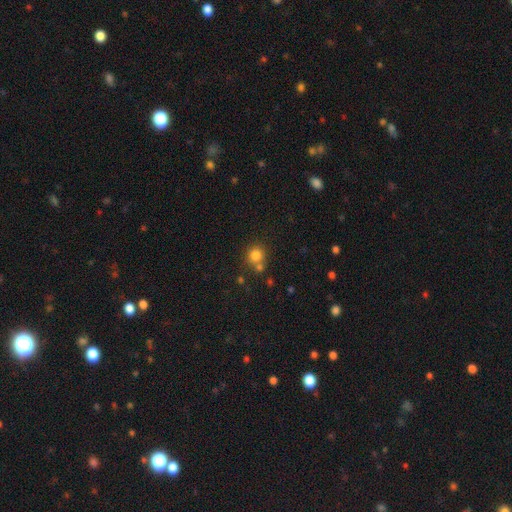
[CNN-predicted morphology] smooth_or_featured: smooth (p=0.79) [alt: star or artifact p=0.13]
how_rounded: round (p=0.88) [alt: in between p=0.11]
merging: none (p=0.61) [alt: merger p=0.26]